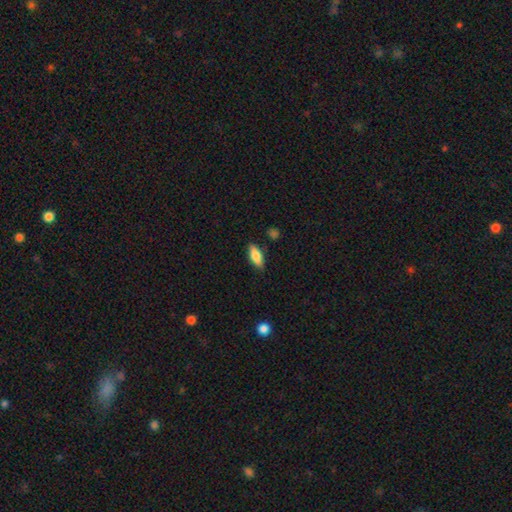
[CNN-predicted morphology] Smooth or featured: smooth — 78% (featured or disk — 16%)
How rounded: in between — 77% (cigar-shaped — 21%)
Merging: none — 84% (minor disturbance — 12%)